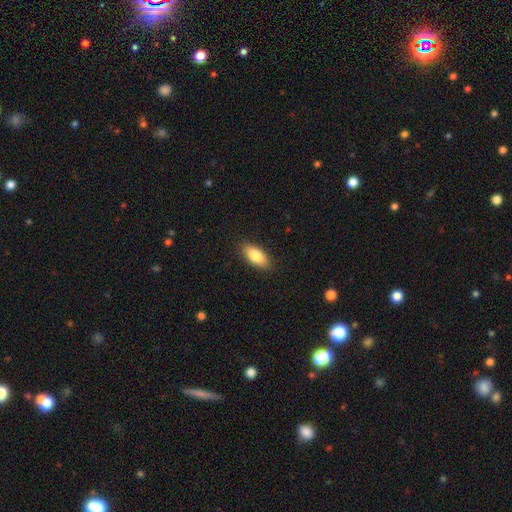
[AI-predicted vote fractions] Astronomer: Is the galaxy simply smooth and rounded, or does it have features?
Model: smooth — 81%.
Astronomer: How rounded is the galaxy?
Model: in between — 86%.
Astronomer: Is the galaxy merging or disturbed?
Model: none — 88%.